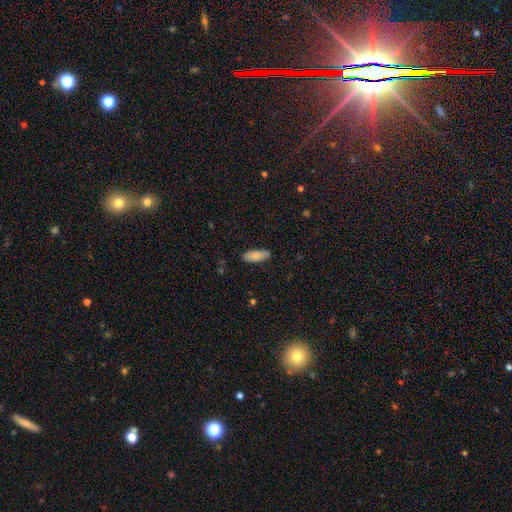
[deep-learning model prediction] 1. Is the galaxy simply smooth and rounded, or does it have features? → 85% smooth, 9% featured or disk, 6% star or artifact.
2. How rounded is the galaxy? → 66% in between, 32% cigar-shaped, 2% round.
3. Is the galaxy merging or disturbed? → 85% none, 12% minor disturbance, 2% major disturbance, 1% merger.